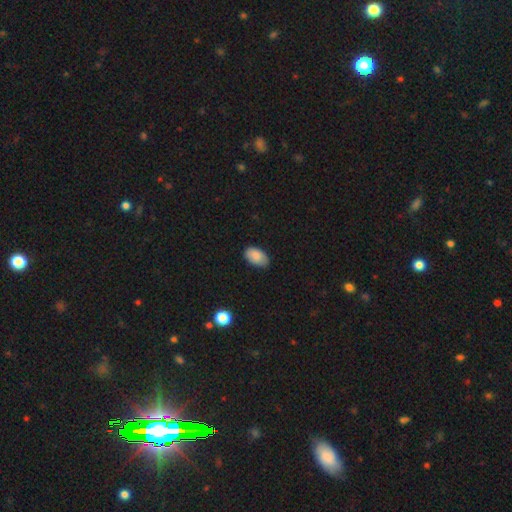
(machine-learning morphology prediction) smooth 86%, star or artifact 7%, featured or disk 7%. Down the decision tree: how rounded — in between (93%); merging — none (75%).